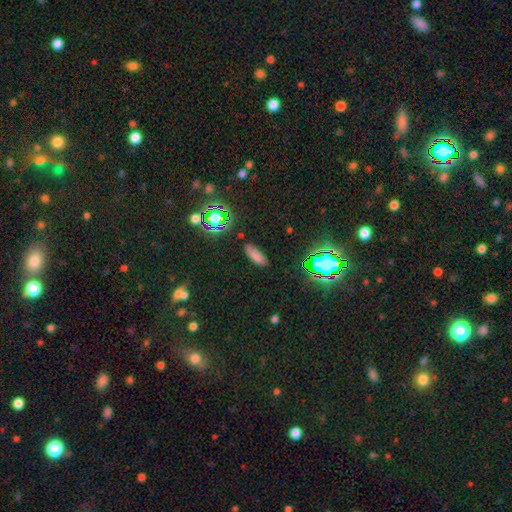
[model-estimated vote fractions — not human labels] A smooth galaxy with no disk features (74%) that is in between round and cigar-shaped (58%).

Vote fractions:
- Smooth or featured? smooth: 74% / star or artifact: 20% / featured or disk: 7%
- How rounded? in between: 58% / cigar-shaped: 39% / round: 3%
- Merging? none: 86% / minor disturbance: 9% / major disturbance: 3% / merger: 2%